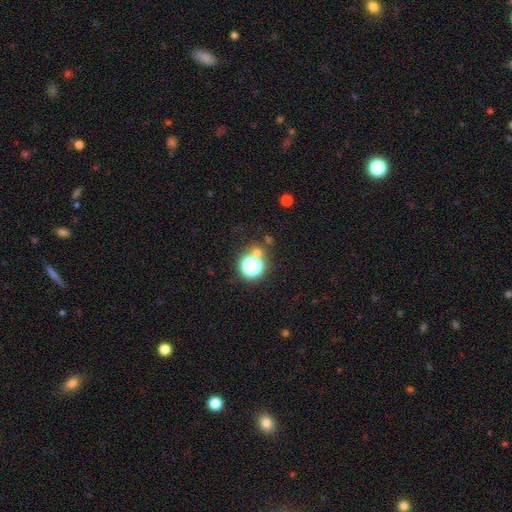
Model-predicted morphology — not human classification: Smooth or featured: star or artifact — 69% (smooth — 24%)